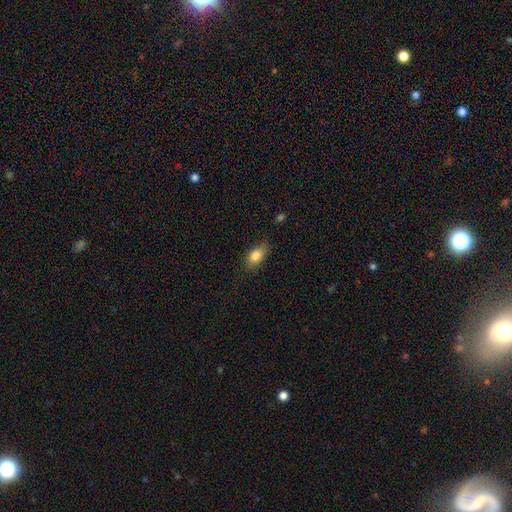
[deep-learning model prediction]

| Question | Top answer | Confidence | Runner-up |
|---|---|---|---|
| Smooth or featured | smooth | 83% | featured or disk (8%) |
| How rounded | in between | 82% | round (12%) |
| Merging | none | 69% | minor disturbance (24%) |